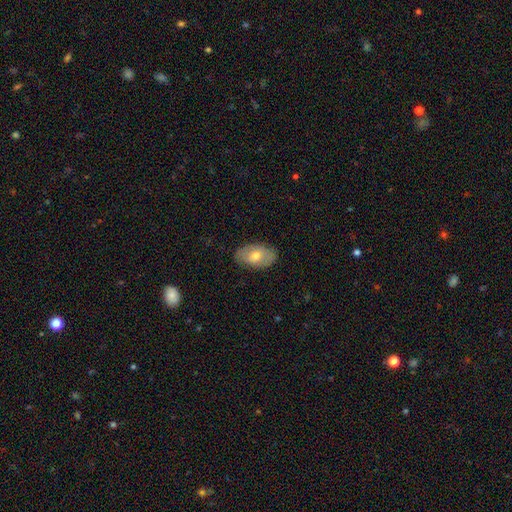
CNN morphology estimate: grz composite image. It shows a smooth galaxy with no disk features (61%) that is in between round and cigar-shaped (92%). Merging: none (84%).